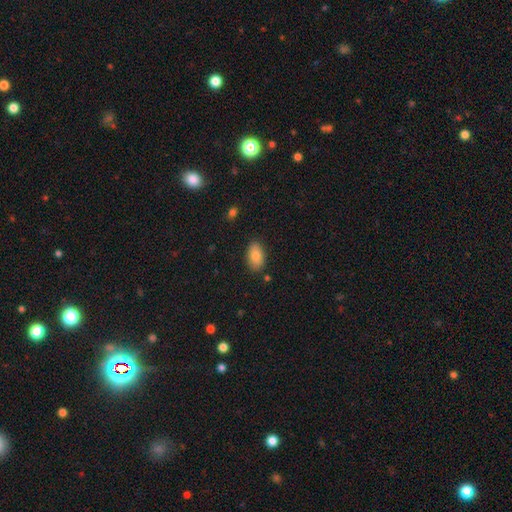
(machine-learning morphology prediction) Smooth or featured? smooth (83%)
How rounded? in between (92%)
Merging? none (84%)